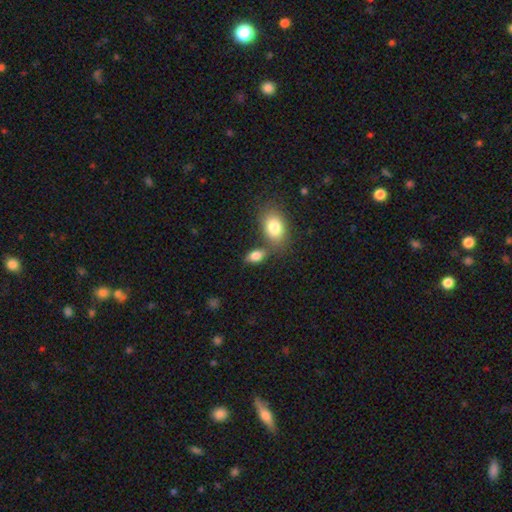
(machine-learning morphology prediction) This appears to be a smooth galaxy with no disk features (82%) that is in between round and cigar-shaped (88%). Merging: none (61%).